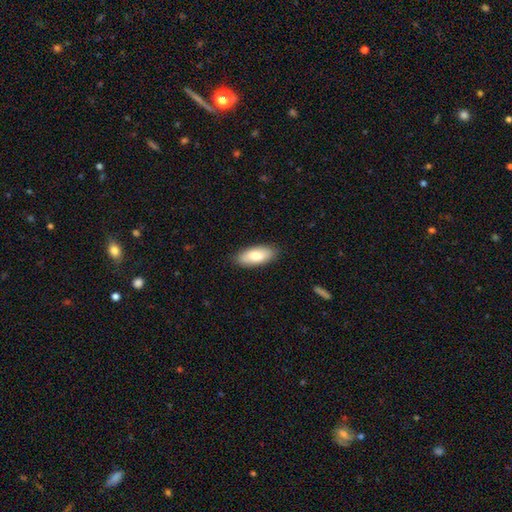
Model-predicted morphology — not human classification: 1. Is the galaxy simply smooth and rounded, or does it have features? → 79% smooth, 15% featured or disk, 6% star or artifact.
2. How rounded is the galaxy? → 85% in between, 13% cigar-shaped, 2% round.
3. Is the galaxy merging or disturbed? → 87% none, 10% minor disturbance, 2% major disturbance, 1% merger.